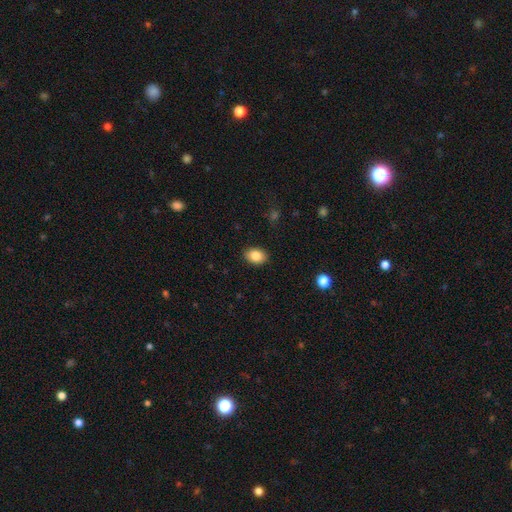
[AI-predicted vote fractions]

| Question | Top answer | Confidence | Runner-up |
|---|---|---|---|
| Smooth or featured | smooth | 84% | star or artifact (8%) |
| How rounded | in between | 74% | round (25%) |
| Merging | none | 89% | minor disturbance (8%) |